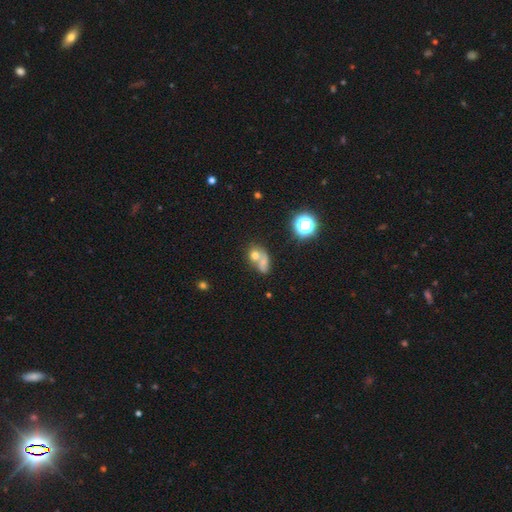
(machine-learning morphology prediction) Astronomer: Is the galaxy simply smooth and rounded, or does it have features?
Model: smooth — 63%.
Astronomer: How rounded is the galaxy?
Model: round — 56% (runner-up: in between, 42%).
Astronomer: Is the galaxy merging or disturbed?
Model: merger — 61%.